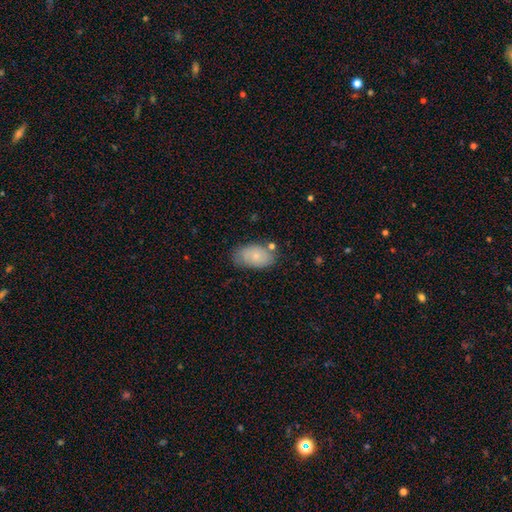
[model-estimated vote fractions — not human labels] Smooth or featured? Predicted: smooth (p=0.72). How rounded? Predicted: in between (p=0.92). Merging? Predicted: none (p=0.65).